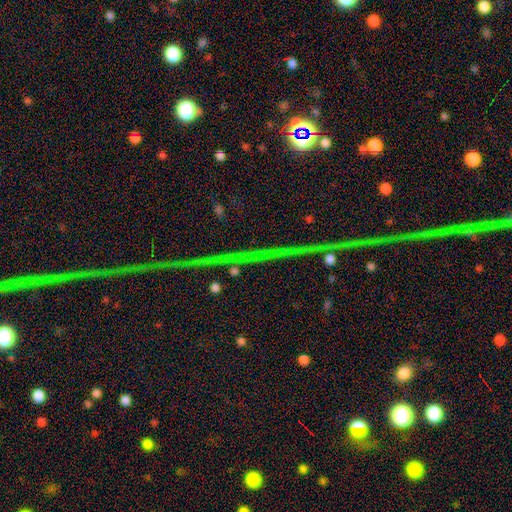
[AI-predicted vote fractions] Morphology: type=star or artifact (81%).